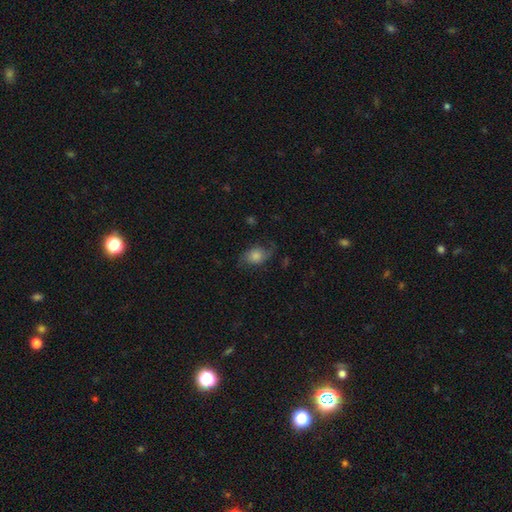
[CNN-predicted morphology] Overall: featured or disk (49%; smooth 40%). Merging: none (66%).